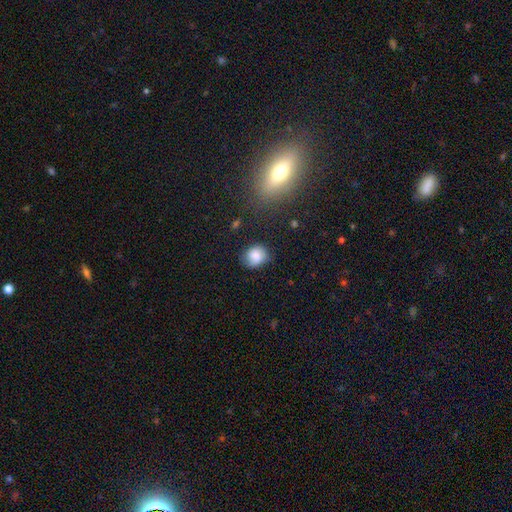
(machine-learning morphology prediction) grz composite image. It shows a smooth galaxy with no disk features (75%) that is round (62%). Merging: none (66%).